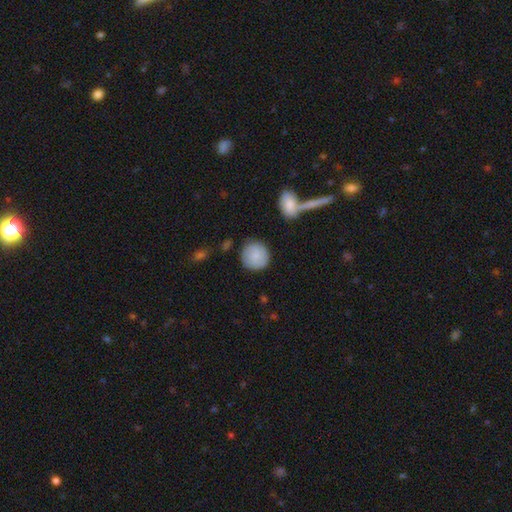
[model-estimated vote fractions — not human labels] smooth 77%, featured or disk 17%, star or artifact 6%. Down the decision tree: how rounded — round (91%); merging — none (83%).